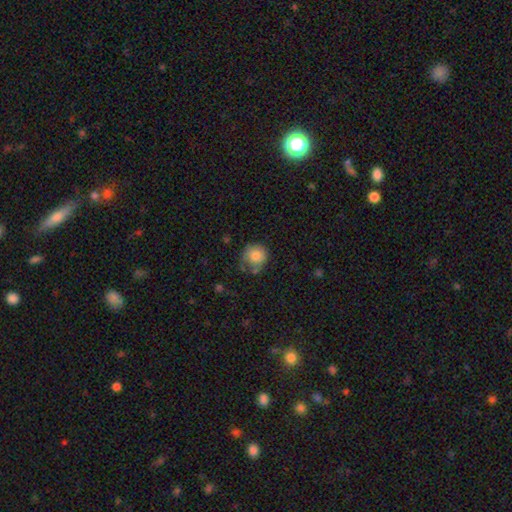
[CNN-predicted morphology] Smooth or featured? smooth (82%)
How rounded? round (89%)
Merging? none (58%)